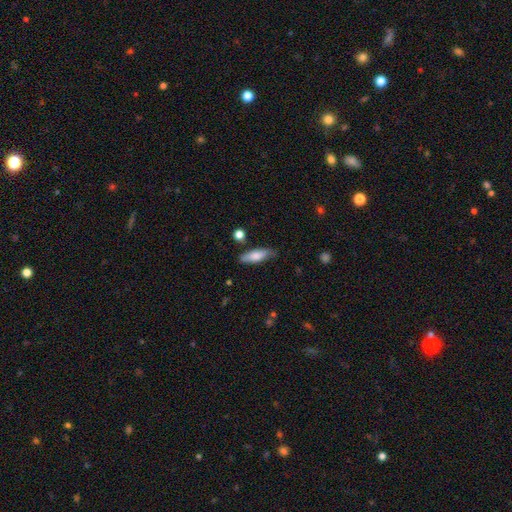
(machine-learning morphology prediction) smooth_or_featured: smooth (p=0.76) [alt: featured or disk p=0.18]
how_rounded: in between (p=0.52) [alt: cigar-shaped p=0.46]
merging: none (p=0.77) [alt: minor disturbance p=0.17]